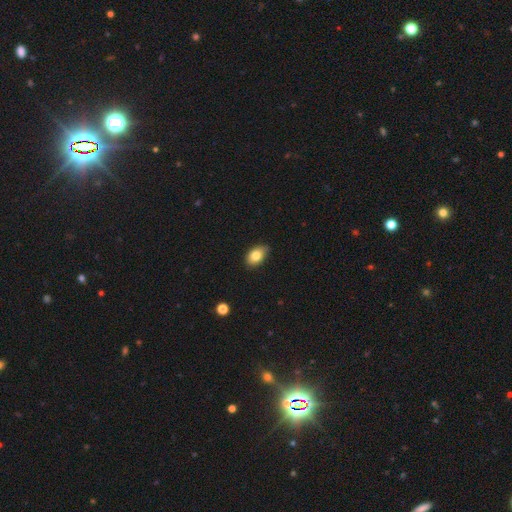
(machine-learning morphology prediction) smooth 82%, featured or disk 10%, star or artifact 9%. Down the decision tree: how rounded — in between (85%); merging — none (74%).